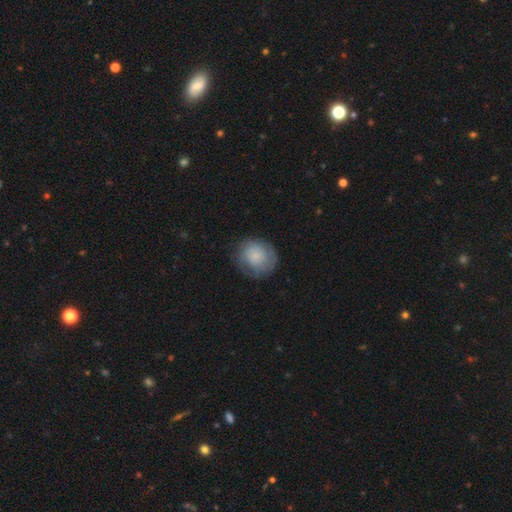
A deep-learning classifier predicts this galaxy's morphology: Smooth or featured? Predicted: smooth (p=0.76). How rounded? Predicted: round (p=0.85). Merging? Predicted: none (p=0.75).